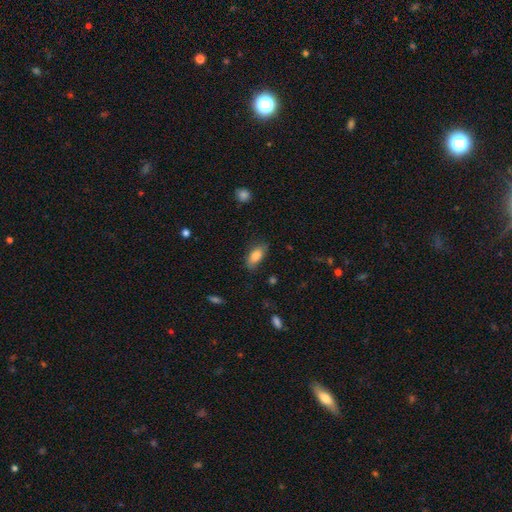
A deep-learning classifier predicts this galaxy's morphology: The model was most divided on "merging": none: 74%, minor disturbance: 20%, major disturbance: 5%, merger: 1%. More confident: how rounded — in between (87%); smooth or featured — smooth (84%).